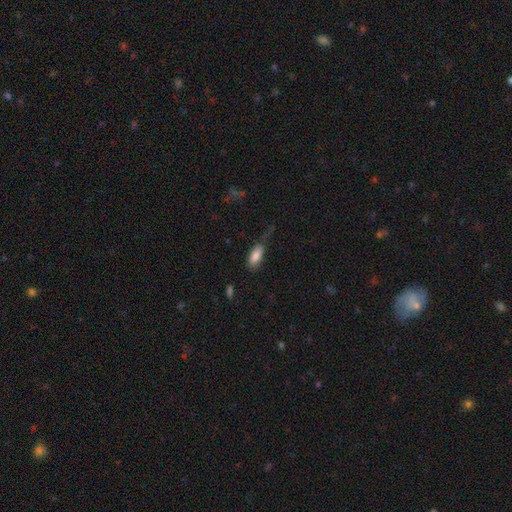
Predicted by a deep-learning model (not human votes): A smooth galaxy with no disk features (84%) that is in between round and cigar-shaped (86%). Merging: none (50%).